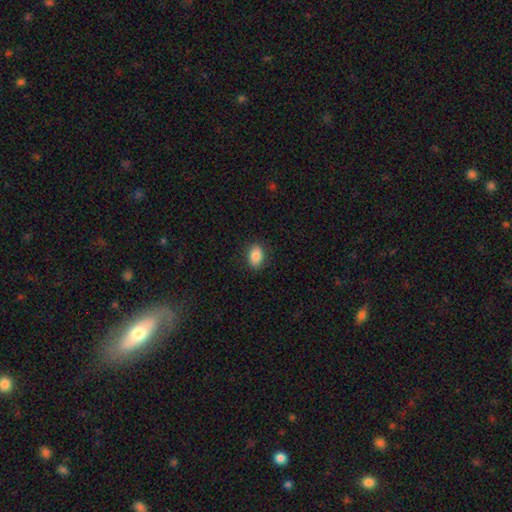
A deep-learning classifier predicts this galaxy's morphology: type=smooth (86%); roundness=in between (79%); merging=none (86%).